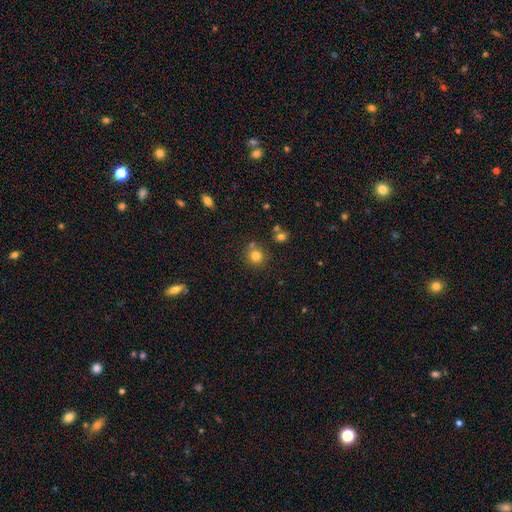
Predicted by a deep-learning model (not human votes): Overall: smooth (79%). How rounded: round (91%). Merging: none (74%).